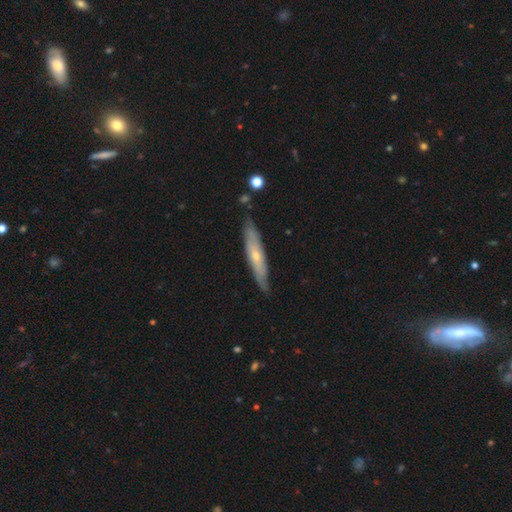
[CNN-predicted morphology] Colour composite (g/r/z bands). It shows a featured or disk galaxy (59%) viewed edge-on (72%). Merging: none (81%).